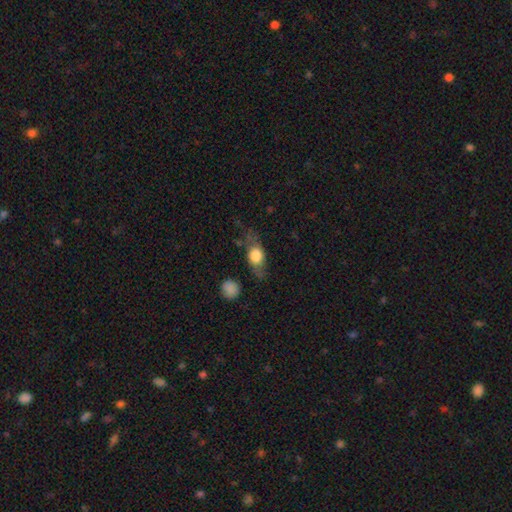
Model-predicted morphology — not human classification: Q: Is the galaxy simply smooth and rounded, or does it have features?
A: smooth — 60%.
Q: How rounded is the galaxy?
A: in between — 57%.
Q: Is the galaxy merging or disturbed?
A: none — 61%.